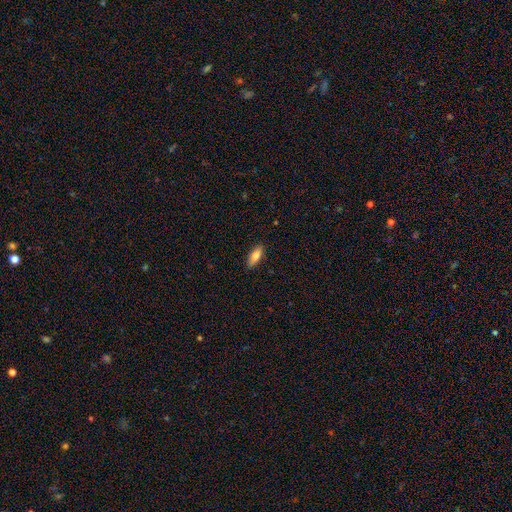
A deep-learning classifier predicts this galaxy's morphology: Smooth or featured: smooth — 78% (featured or disk — 16%)
How rounded: in between — 72% (cigar-shaped — 26%)
Merging: none — 88% (minor disturbance — 9%)